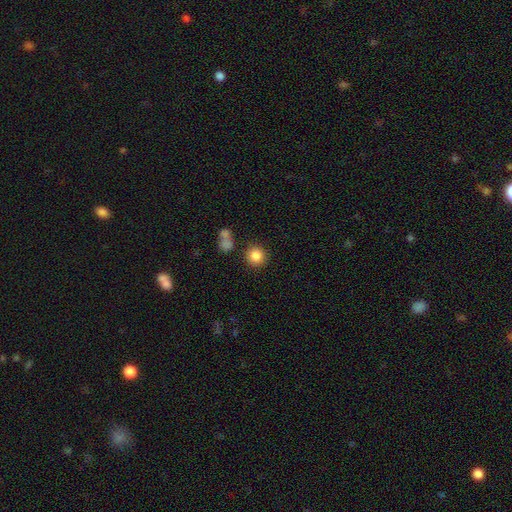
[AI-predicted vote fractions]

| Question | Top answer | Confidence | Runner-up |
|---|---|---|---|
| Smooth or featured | smooth | 85% | star or artifact (10%) |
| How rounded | round | 93% | in between (6%) |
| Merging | none | 83% | minor disturbance (7%) |